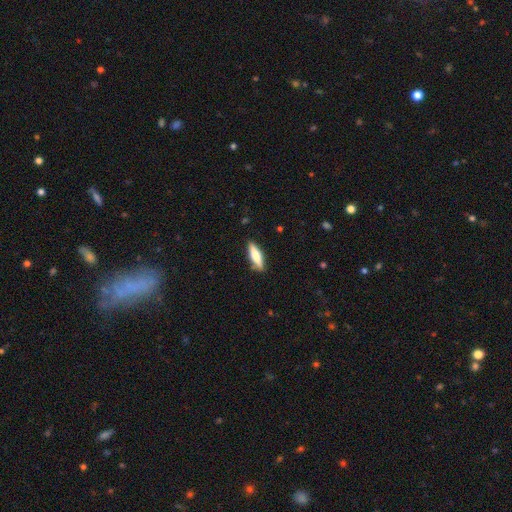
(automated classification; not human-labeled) A smooth galaxy with no disk features (66%) that is cigar-shaped (64%).

Vote fractions:
- Smooth or featured? smooth: 66% / featured or disk: 28% / star or artifact: 6%
- How rounded? cigar-shaped: 64% / in between: 34% / round: 2%
- Merging? none: 86% / minor disturbance: 10% / major disturbance: 2% / merger: 1%